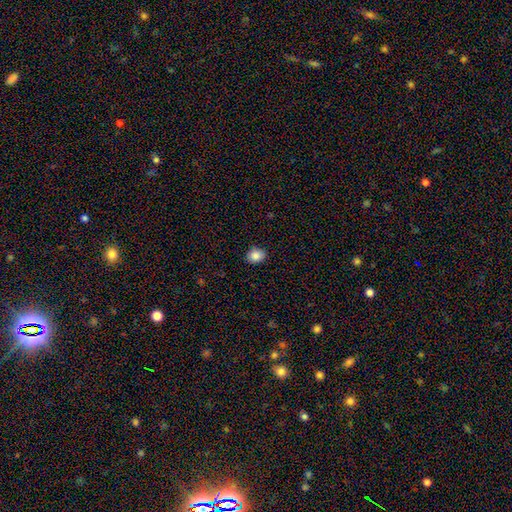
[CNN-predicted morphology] Smooth or featured?
  - smooth: 86% *
  - star or artifact: 9%
  - featured or disk: 4%
How rounded?
  - round: 50% *
  - in between: 49%
  - cigar-shaped: 1%
Merging?
  - none: 86% *
  - minor disturbance: 10%
  - major disturbance: 2%
  - merger: 1%